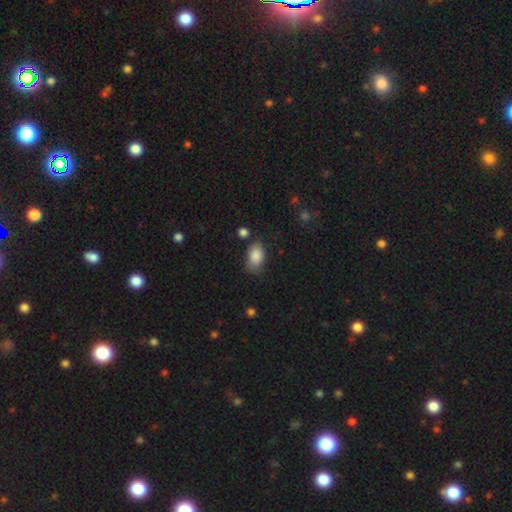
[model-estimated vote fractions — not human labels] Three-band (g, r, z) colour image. It shows a smooth galaxy with no disk features (87%) that is in between round and cigar-shaped (88%). Merging: none (67%).